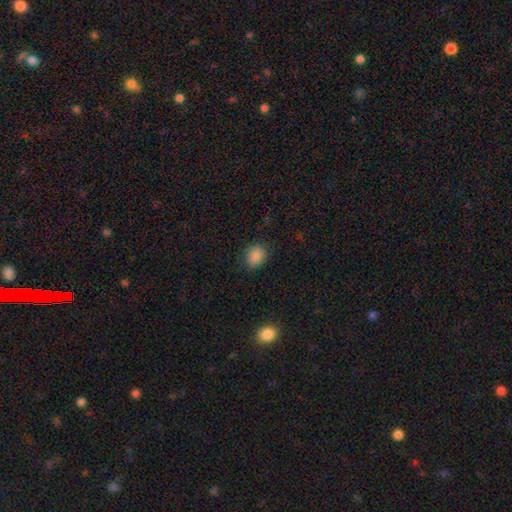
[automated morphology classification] This is clearly a smooth galaxy (86%). How rounded: possibly round (53%). Merging: clearly none (84%).